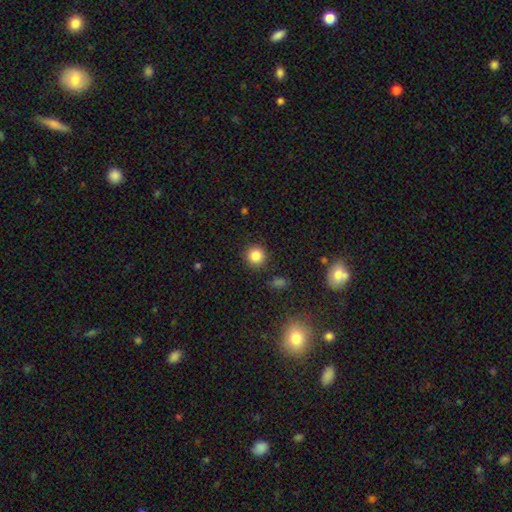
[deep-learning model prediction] smooth 84%, star or artifact 11%, featured or disk 5%. Down the decision tree: how rounded — round (93%); merging — none (89%).